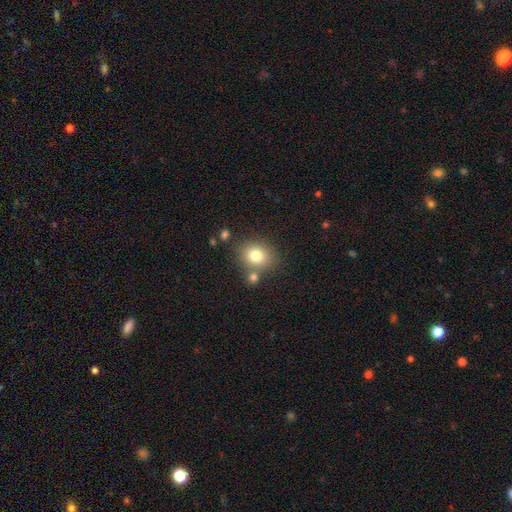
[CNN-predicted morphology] Smooth or featured?
  - smooth: 79% *
  - star or artifact: 11%
  - featured or disk: 11%
How rounded?
  - round: 58% *
  - in between: 41%
  - cigar-shaped: 1%
Merging?
  - none: 70% *
  - merger: 15%
  - minor disturbance: 12%
  - major disturbance: 4%